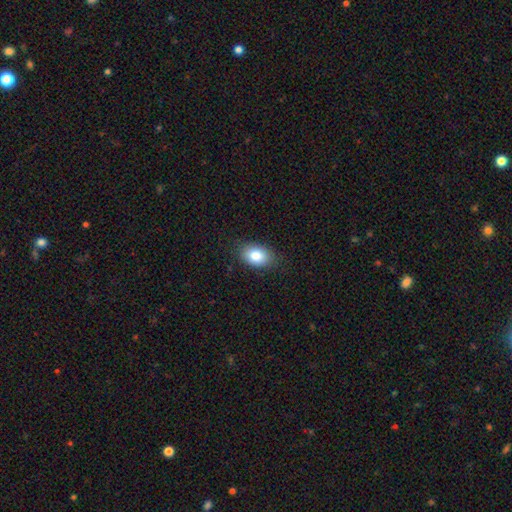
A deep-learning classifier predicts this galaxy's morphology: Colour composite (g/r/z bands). It shows a smooth galaxy with no disk features (84%) that is in between round and cigar-shaped (86%). Merging: none (84%).